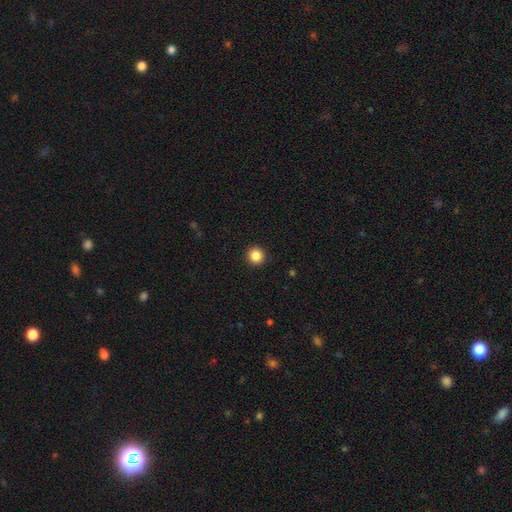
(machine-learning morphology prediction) This appears to be a smooth galaxy with no disk features (86%) that is round (95%). Merging: none (92%).